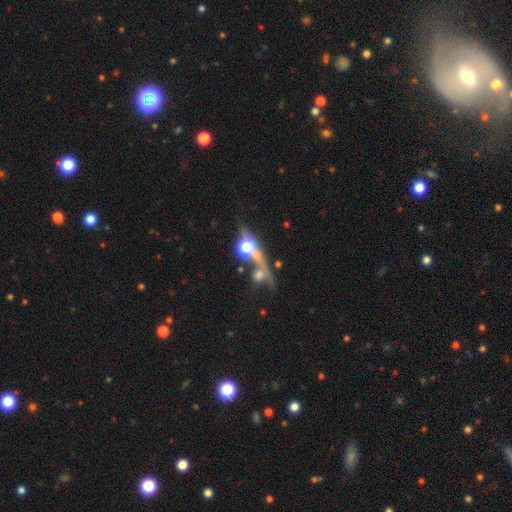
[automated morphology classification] A featured or disk galaxy (43%). Merging: merger (40%).